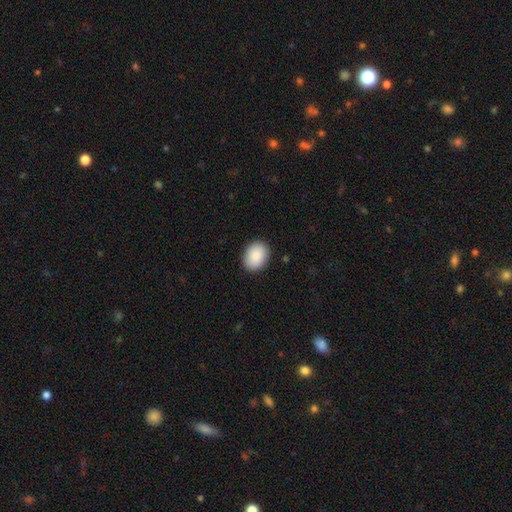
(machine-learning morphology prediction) Smooth or featured?
  - smooth: 90% *
  - star or artifact: 6%
  - featured or disk: 3%
How rounded?
  - in between: 70% *
  - round: 29%
  - cigar-shaped: 1%
Merging?
  - none: 89% *
  - minor disturbance: 8%
  - major disturbance: 2%
  - merger: 1%